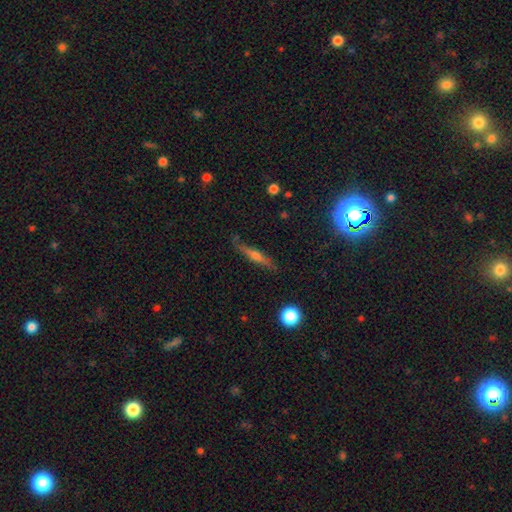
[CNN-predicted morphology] Smooth or featured: featured or disk — 59% (smooth — 30%)
Edge-on disk: yes — 94% (no — 6%)
Edge-on bulge: rounded — 81% (none — 12%)
Merging: none — 84% (minor disturbance — 12%)